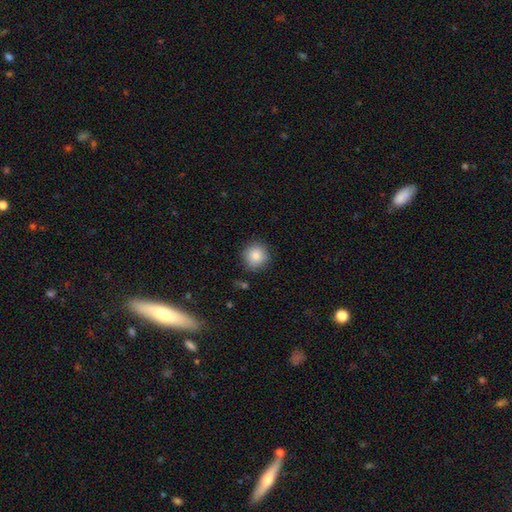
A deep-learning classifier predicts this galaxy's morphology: Smooth or featured?
  - smooth: 87% *
  - star or artifact: 8%
  - featured or disk: 5%
How rounded?
  - round: 94% *
  - in between: 5%
  - cigar-shaped: 1%
Merging?
  - none: 87% *
  - minor disturbance: 9%
  - major disturbance: 2%
  - merger: 2%